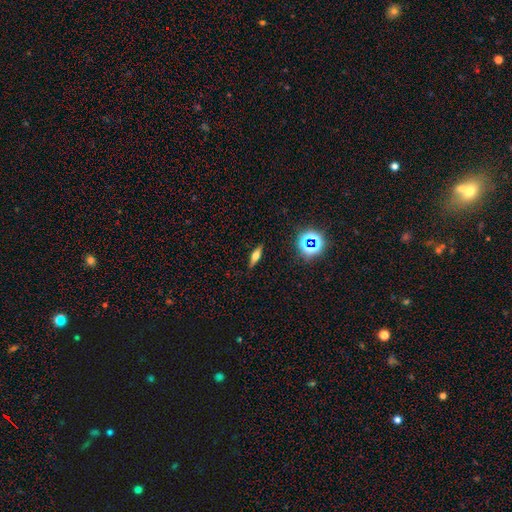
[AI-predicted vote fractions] smooth-or-featured: smooth: 45% | featured or disk: 40% | star or artifact: 15%
  merging: none: 87% | minor disturbance: 9% | major disturbance: 3% | merger: 1%